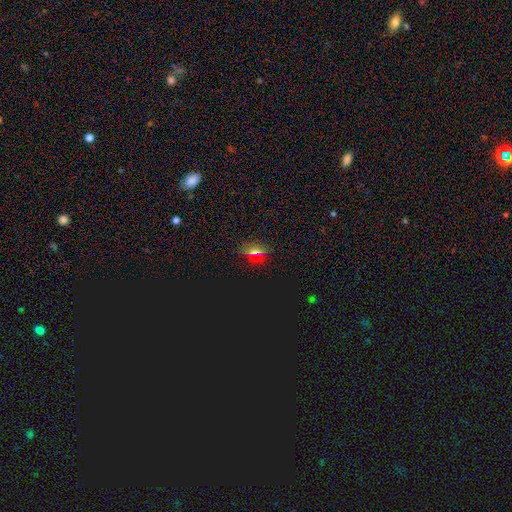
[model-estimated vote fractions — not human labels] This is possibly a smooth galaxy (48%). Merging: clearly none (84%).